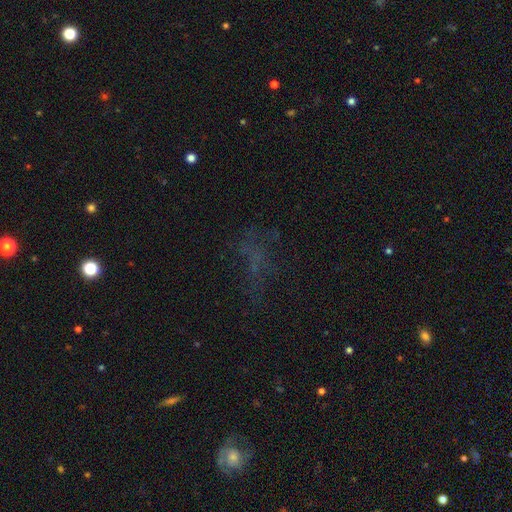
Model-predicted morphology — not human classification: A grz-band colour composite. It shows a star or artifact, not a galaxy (44%).